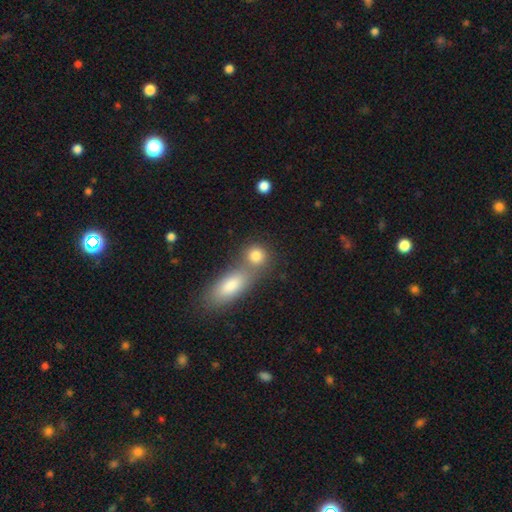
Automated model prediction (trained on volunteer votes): A smooth galaxy with no disk features (83%) that is round (72%).

Vote fractions:
- Smooth or featured? smooth: 83% / star or artifact: 9% / featured or disk: 9%
- How rounded? round: 72% / in between: 25% / cigar-shaped: 4%
- Merging? none: 49% / merger: 40% / minor disturbance: 8% / major disturbance: 4%